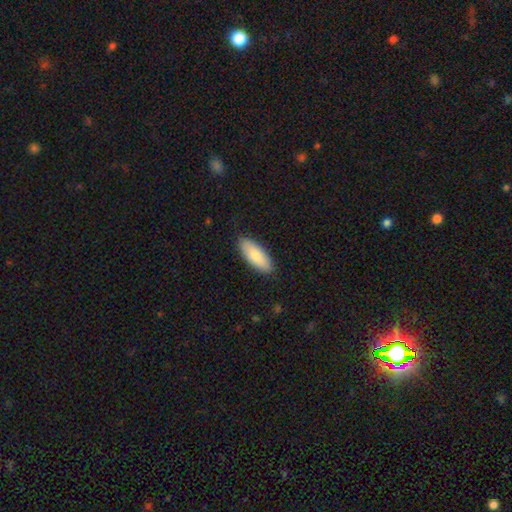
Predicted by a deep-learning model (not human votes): This appears to be a smooth galaxy with no disk features (82%) that is in between round and cigar-shaped (79%). Merging: none (87%).